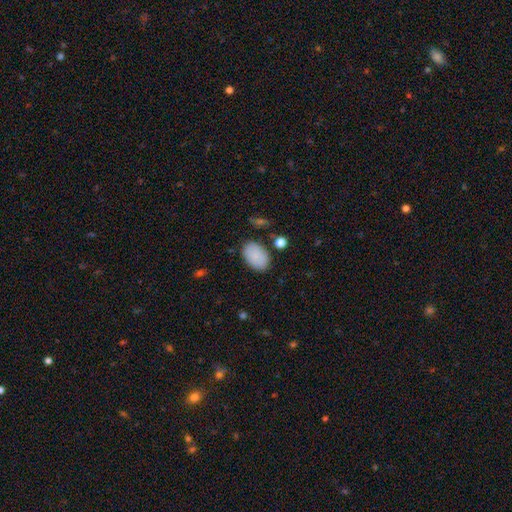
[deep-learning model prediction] Smooth or featured? smooth (86%)
How rounded? in between (91%)
Merging? none (82%)